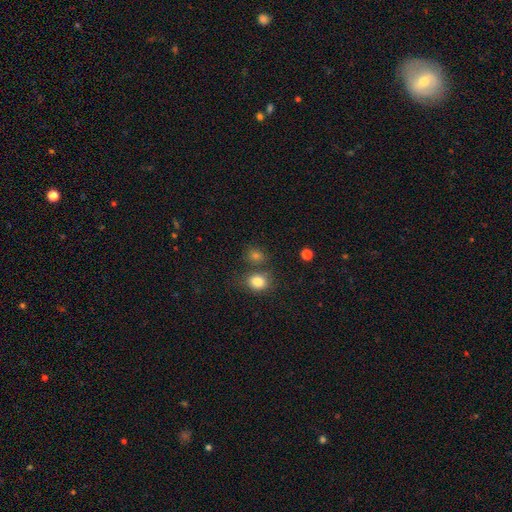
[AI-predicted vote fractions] A smooth galaxy with no disk features (76%) that is round (65%).

Vote fractions:
- Smooth or featured? smooth: 76% / star or artifact: 17% / featured or disk: 8%
- How rounded? round: 65% / in between: 33% / cigar-shaped: 1%
- Merging? none: 64% / merger: 21% / minor disturbance: 11% / major disturbance: 4%